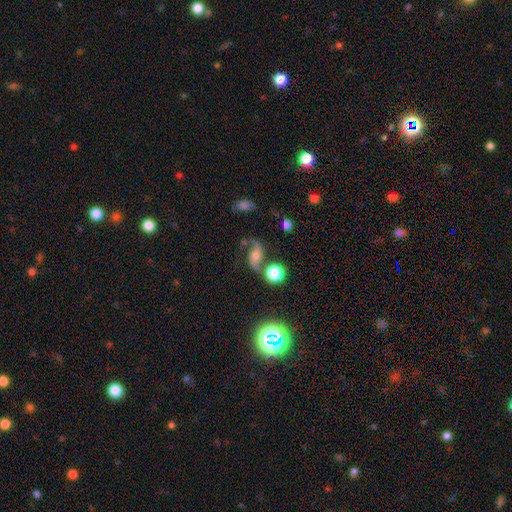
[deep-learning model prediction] This appears to be a featured or disk galaxy (70%) with no bar (58%), 2 (93%) loose (80%) spiral arms (93%) and a moderate central bulge (53%). Merging: none (60%).